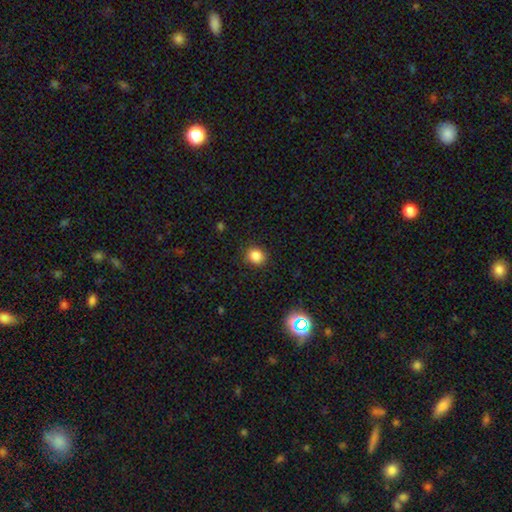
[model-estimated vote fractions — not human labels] A smooth galaxy with no disk features (83%) that is round (79%).

Vote fractions:
- Smooth or featured? smooth: 83% / star or artifact: 12% / featured or disk: 4%
- How rounded? round: 79% / in between: 21% / cigar-shaped: 1%
- Merging? none: 88% / minor disturbance: 8% / major disturbance: 2% / merger: 1%